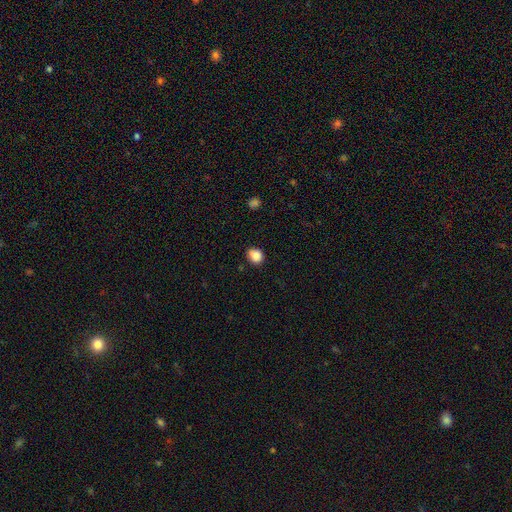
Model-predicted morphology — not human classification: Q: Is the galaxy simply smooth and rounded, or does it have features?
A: smooth — 87%.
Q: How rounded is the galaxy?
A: round — 66%.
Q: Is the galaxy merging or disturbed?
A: none — 78%.